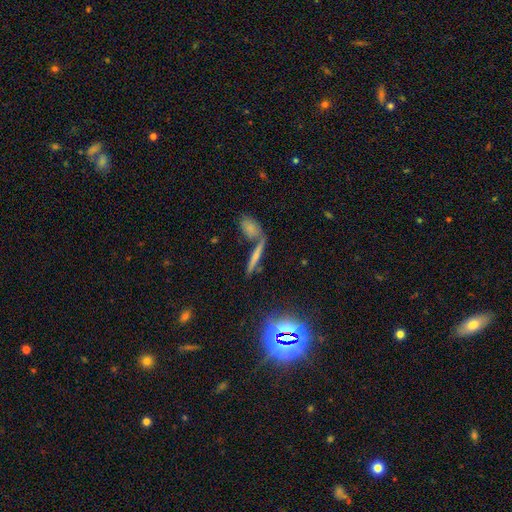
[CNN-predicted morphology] The model was most divided on "smooth or featured": smooth: 51%, featured or disk: 33%, star or artifact: 16%. More confident: how rounded — cigar-shaped (79%); merging — none (55%).